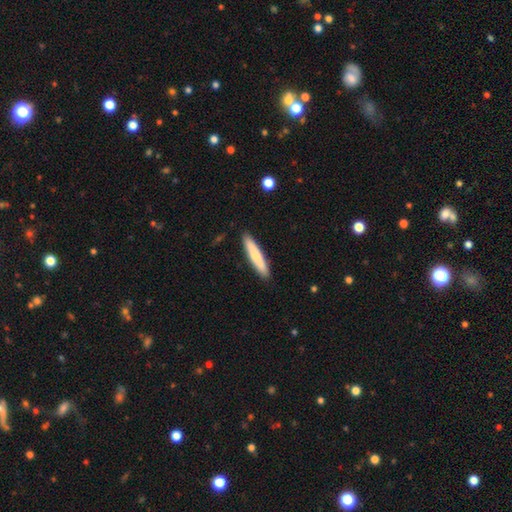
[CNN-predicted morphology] This appears to be a smooth galaxy with no disk features (68%) that is cigar-shaped (89%). Merging: none (90%).